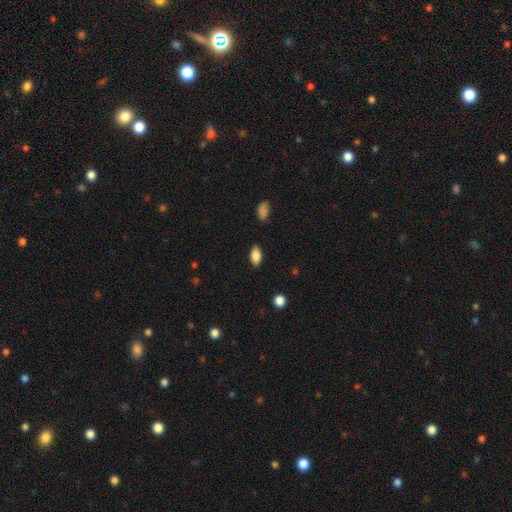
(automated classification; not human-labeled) Smooth or featured? smooth (84%)
How rounded? in between (90%)
Merging? none (86%)